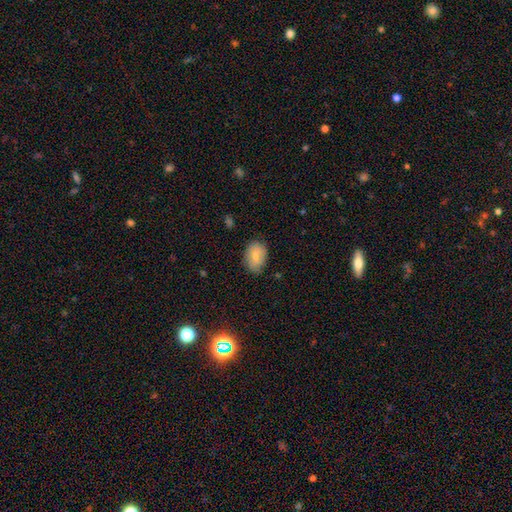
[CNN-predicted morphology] smooth-or-featured: smooth: 77% | featured or disk: 16% | star or artifact: 7%
  how-rounded: in between: 82% | round: 17% | cigar-shaped: 1%
  merging: none: 75% | minor disturbance: 20% | major disturbance: 4% | merger: 1%